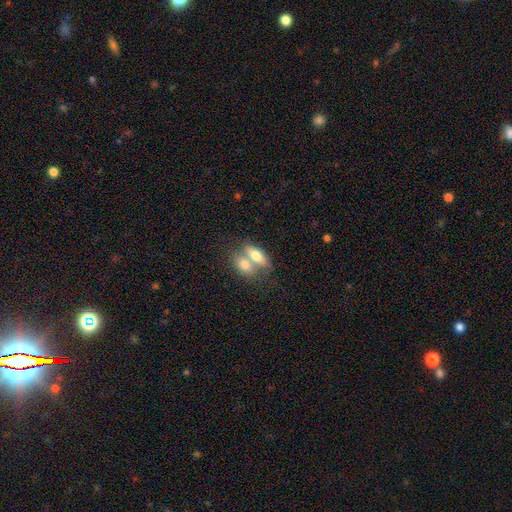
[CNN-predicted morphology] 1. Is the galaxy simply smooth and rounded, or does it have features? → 70% smooth, 24% featured or disk, 6% star or artifact.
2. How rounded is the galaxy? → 80% in between, 12% cigar-shaped, 7% round.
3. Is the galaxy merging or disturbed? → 65% merger, 24% none, 7% minor disturbance, 4% major disturbance.